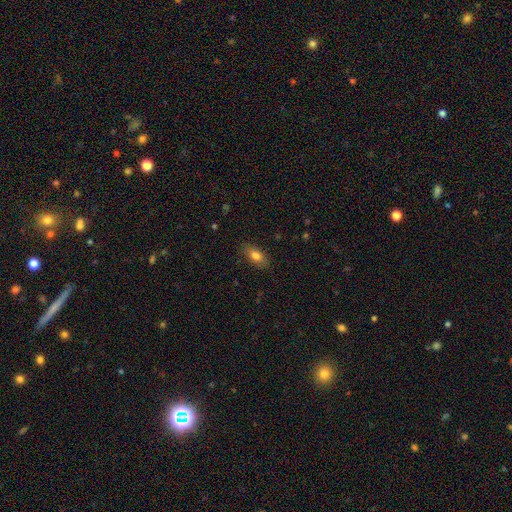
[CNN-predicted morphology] This appears to be a smooth galaxy with no disk features (80%) that is in between round and cigar-shaped (86%). Merging: none (85%).